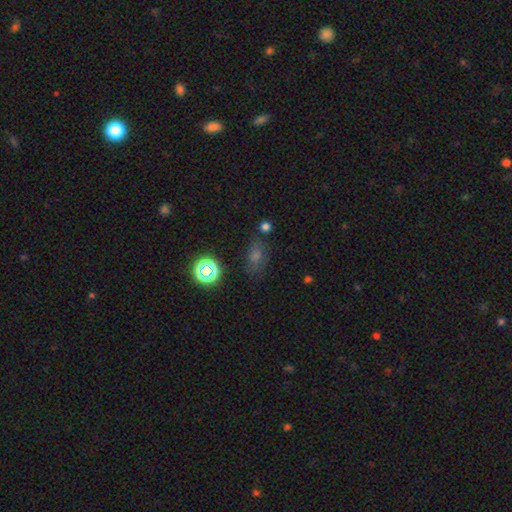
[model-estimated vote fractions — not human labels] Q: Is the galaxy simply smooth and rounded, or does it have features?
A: smooth — 59%.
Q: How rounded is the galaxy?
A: in between — 68%.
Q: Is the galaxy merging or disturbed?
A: none — 73%.